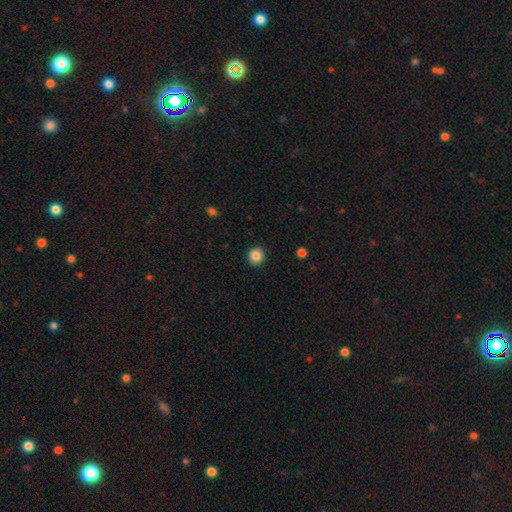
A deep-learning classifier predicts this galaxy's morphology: This is clearly a smooth galaxy (86%). How rounded: clearly round (90%). Merging: clearly none (92%).